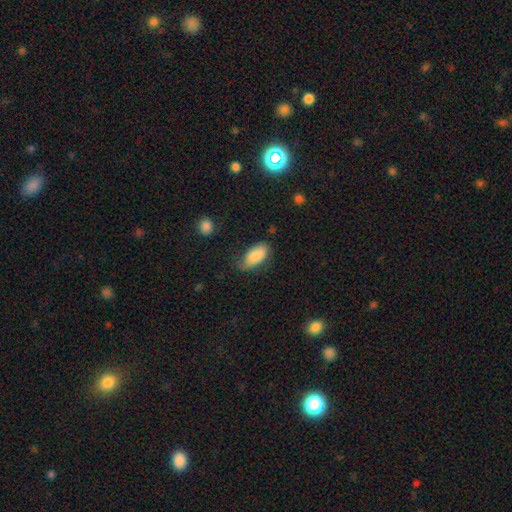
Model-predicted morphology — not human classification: Overall: smooth (86%). How rounded: in between (93%). Merging: none (59%; minor disturbance 31%).